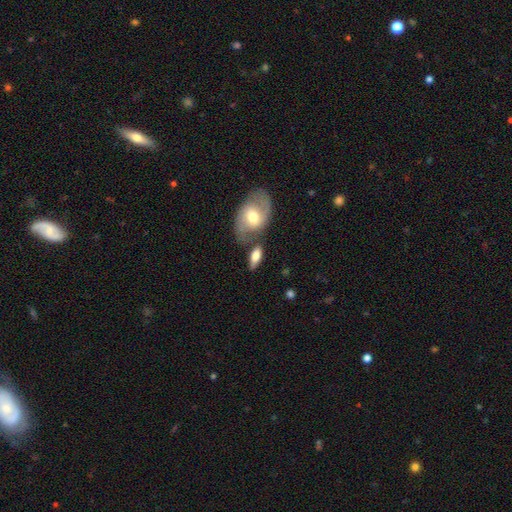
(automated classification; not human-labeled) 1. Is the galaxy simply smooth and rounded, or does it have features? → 66% smooth, 28% featured or disk, 6% star or artifact.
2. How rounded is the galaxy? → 86% in between, 8% cigar-shaped, 5% round.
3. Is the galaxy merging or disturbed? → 55% none, 22% merger, 17% minor disturbance, 6% major disturbance.